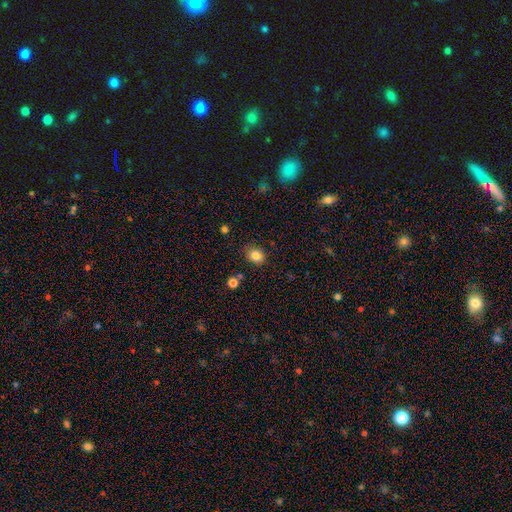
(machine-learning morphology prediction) Smooth or featured? Predicted: smooth (p=0.84). How rounded? Predicted: round (p=0.57). Merging? Predicted: none (p=0.84).